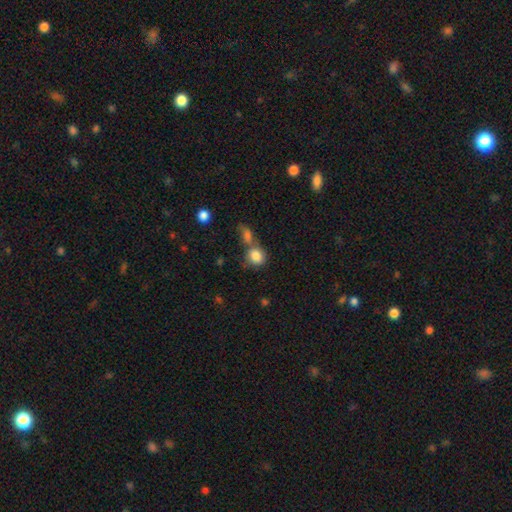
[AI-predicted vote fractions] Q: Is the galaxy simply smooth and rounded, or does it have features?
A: smooth — 83%.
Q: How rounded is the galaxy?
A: round — 63%.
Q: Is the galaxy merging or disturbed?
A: merger — 46%.